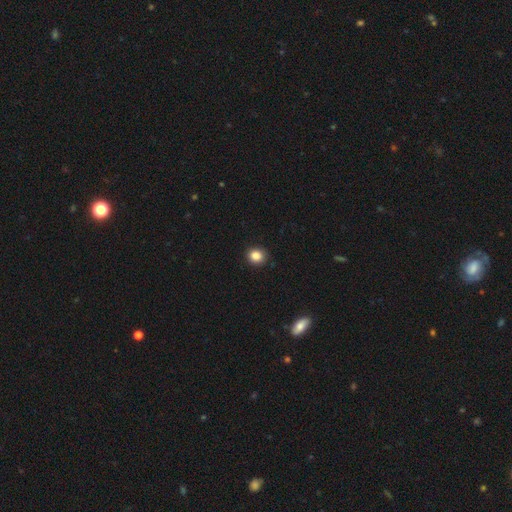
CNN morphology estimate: Q: Smooth or featured?
A: smooth (86%); runner-up: star or artifact (10%)
Q: How rounded?
A: round (83%); runner-up: in between (16%)
Q: Merging?
A: none (91%); runner-up: minor disturbance (6%)